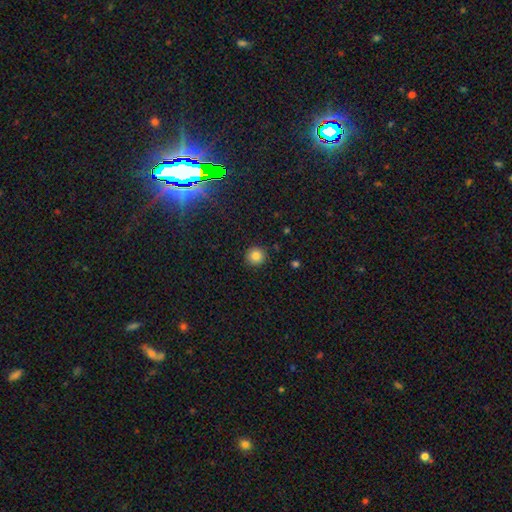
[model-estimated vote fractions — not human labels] This is clearly a smooth galaxy (85%). How rounded: clearly round (94%). Merging: clearly none (91%).